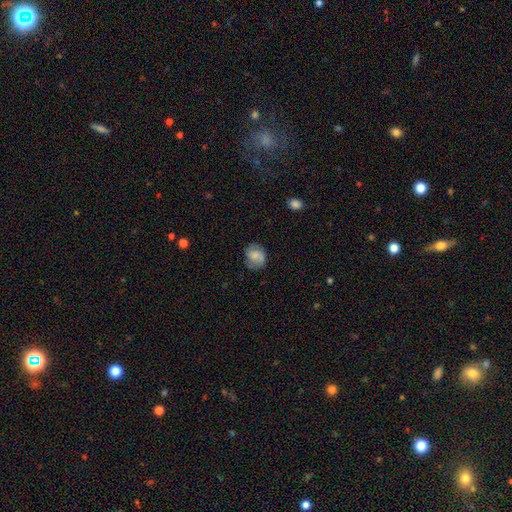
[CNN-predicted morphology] Q: Smooth or featured?
A: smooth (68%); runner-up: featured or disk (23%)
Q: How rounded?
A: round (65%); runner-up: in between (34%)
Q: Merging?
A: none (69%); runner-up: minor disturbance (22%)